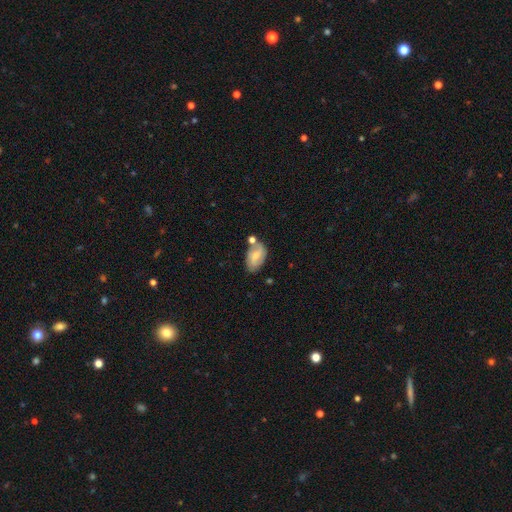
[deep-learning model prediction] smooth_or_featured: featured or disk (p=0.49) [alt: smooth p=0.44]
merging: none (p=0.56) [alt: minor disturbance p=0.21]